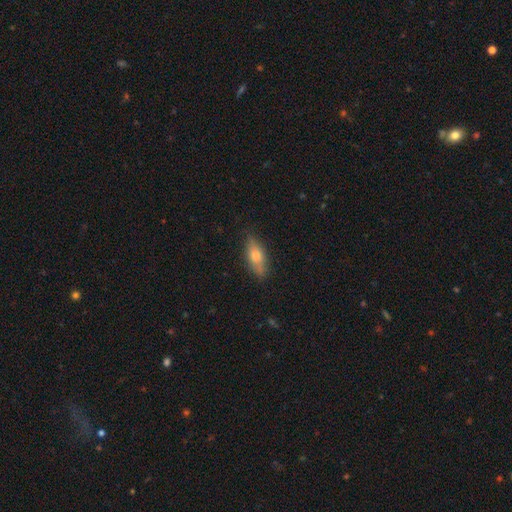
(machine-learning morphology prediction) Q: Smooth or featured?
A: smooth (64%); runner-up: featured or disk (28%)
Q: How rounded?
A: in between (70%); runner-up: cigar-shaped (26%)
Q: Merging?
A: none (80%); runner-up: minor disturbance (16%)